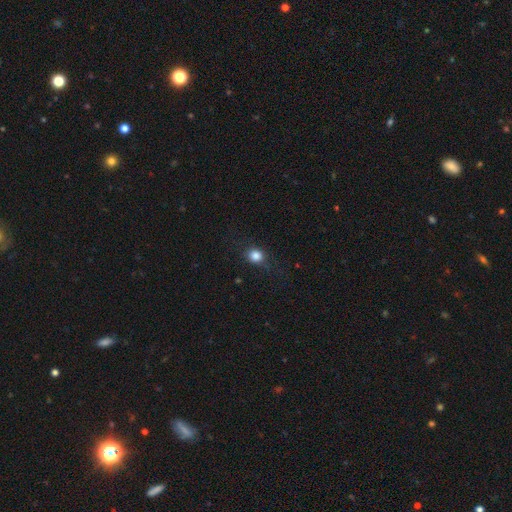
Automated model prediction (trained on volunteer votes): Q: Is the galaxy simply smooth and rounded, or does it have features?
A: smooth — 84%.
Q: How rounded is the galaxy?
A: round — 79%.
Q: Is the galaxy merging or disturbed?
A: none — 80%.